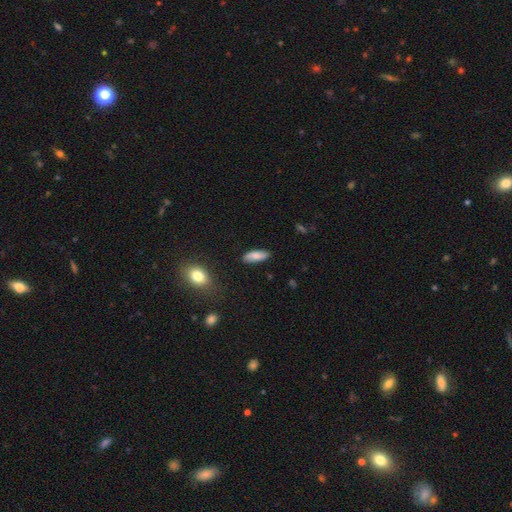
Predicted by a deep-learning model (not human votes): The model was most divided on "how rounded": in between: 70%, cigar-shaped: 28%, round: 2%. More confident: merging — none (86%); smooth or featured — smooth (81%).